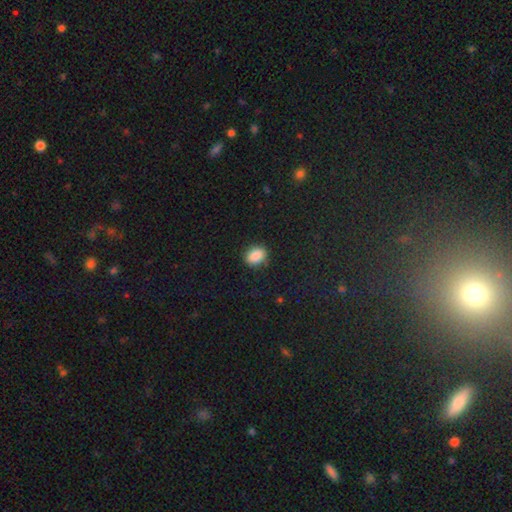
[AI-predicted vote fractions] The model was most divided on "how rounded": in between: 61%, round: 38%, cigar-shaped: 1%. More confident: smooth or featured — smooth (87%); merging — none (86%).